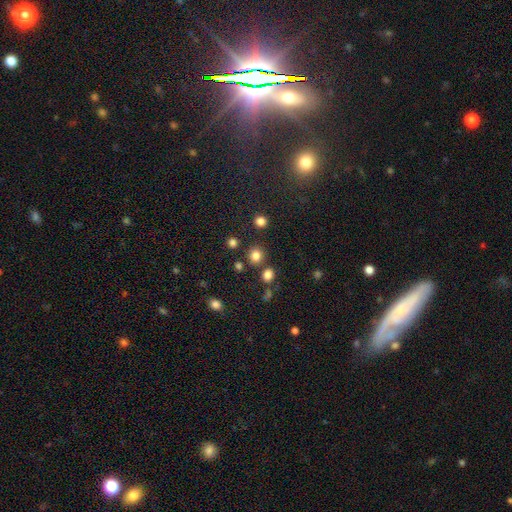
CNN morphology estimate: This is clearly a smooth galaxy (81%). How rounded: clearly round (88%). Merging: clearly none (82%).